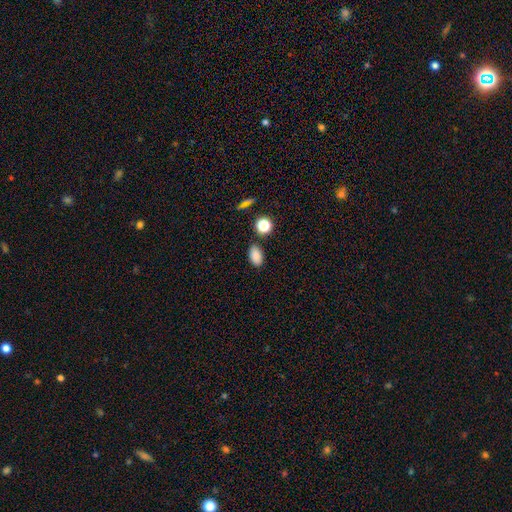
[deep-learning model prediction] Smooth or featured?
  - smooth: 86% *
  - star or artifact: 10%
  - featured or disk: 4%
How rounded?
  - in between: 88% *
  - round: 10%
  - cigar-shaped: 2%
Merging?
  - none: 83% *
  - minor disturbance: 10%
  - merger: 4%
  - major disturbance: 3%